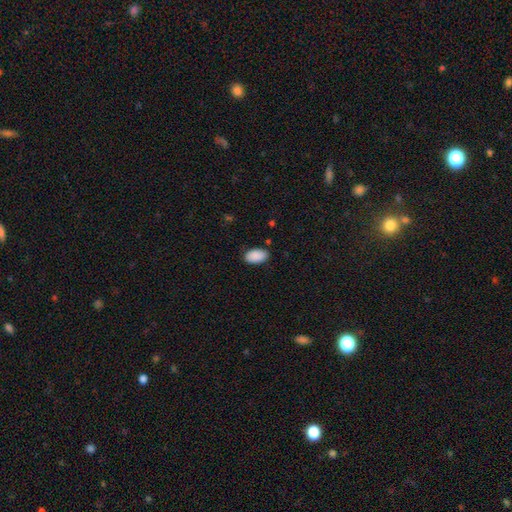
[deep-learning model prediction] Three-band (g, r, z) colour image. It shows a smooth galaxy with no disk features (90%) that is in between round and cigar-shaped (94%). Merging: none (85%).